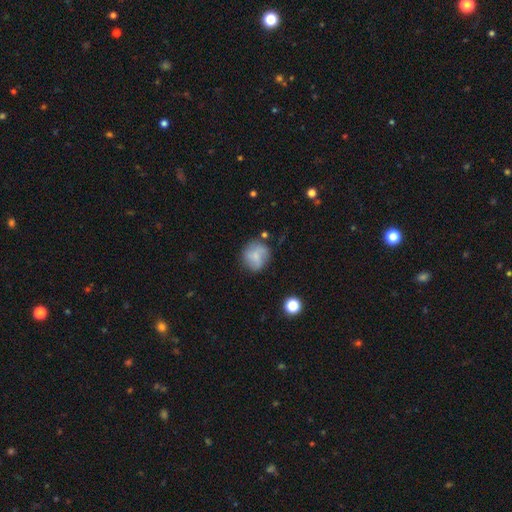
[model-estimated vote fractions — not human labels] Smooth or featured? Predicted: smooth (p=0.60). How rounded? Predicted: round (p=0.82). Merging? Predicted: none (p=0.64).